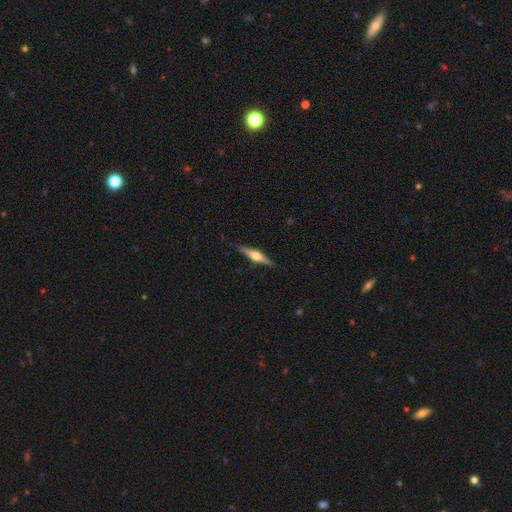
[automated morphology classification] Overall: featured or disk (69%). Edge-on disk: yes (98%). Edge-on bulge: rounded (94%). Merging: none (89%).